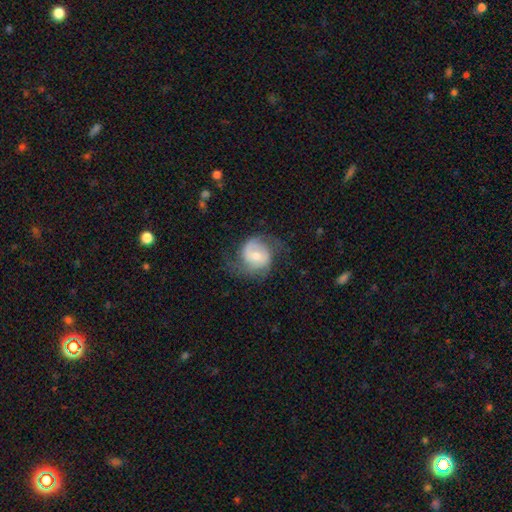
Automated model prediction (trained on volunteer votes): Smooth or featured? featured or disk (73%)
Edge-on disk? no (98%)
Bar? no (52%)
Spiral arms? yes (91%)
Spiral winding? medium (46%)
Spiral arm count? 2 (75%)
Bulge size? moderate (55%)
Merging? none (63%)